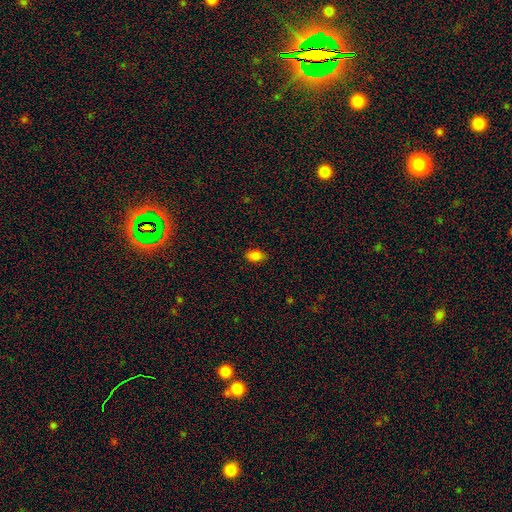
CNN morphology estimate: Smooth or featured? smooth (84%)
How rounded? in between (90%)
Merging? none (87%)